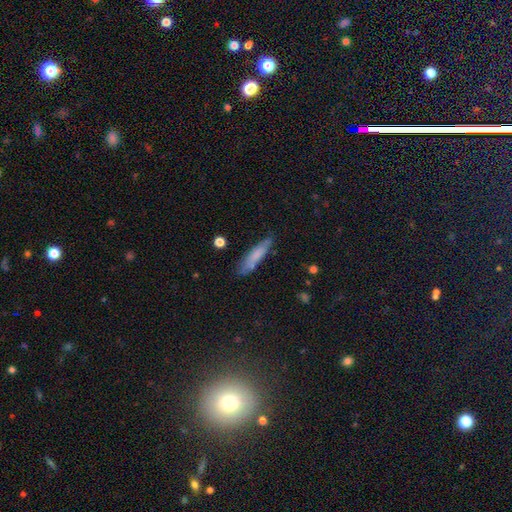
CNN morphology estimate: This appears to be a smooth galaxy with no disk features (71%) that is cigar-shaped (80%). Merging: none (71%).